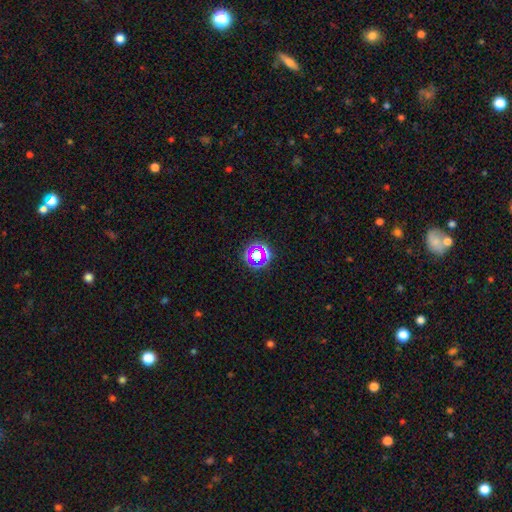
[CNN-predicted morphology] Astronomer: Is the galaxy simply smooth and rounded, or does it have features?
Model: star or artifact — 54% (runner-up: smooth, 33%).